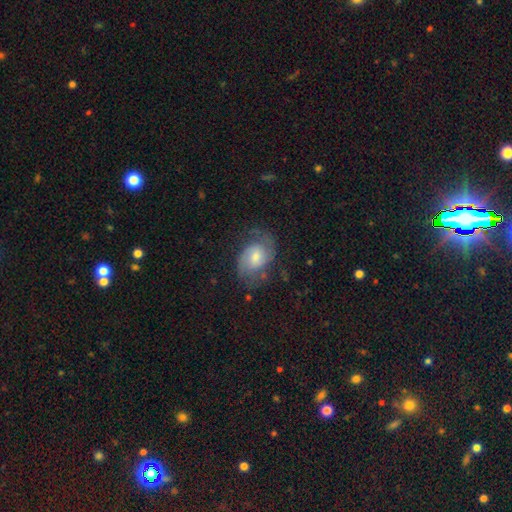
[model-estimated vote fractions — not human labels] Smooth or featured: featured or disk — 71% (smooth — 21%)
Edge-on disk: no — 97% (yes — 3%)
Bar: no — 50% (weak — 42%)
Spiral arms: yes — 92% (no — 8%)
Spiral winding: medium — 48% (tight — 30%)
Spiral arm count: 2 — 82% (can't tell — 10%)
Bulge size: moderate — 53% (small — 30%)
Merging: none — 66% (minor disturbance — 21%)